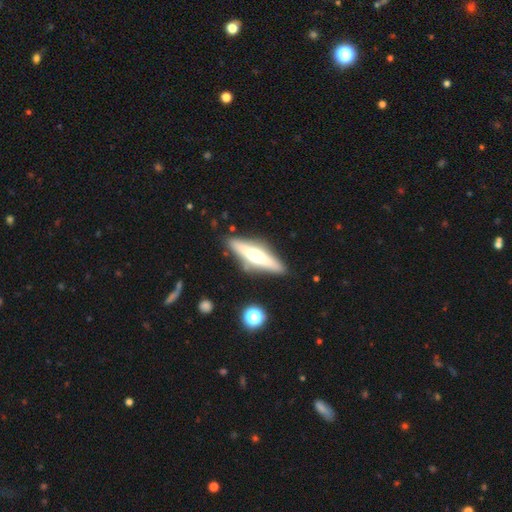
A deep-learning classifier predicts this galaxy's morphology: This appears to be a featured or disk galaxy (54%) viewed edge-on (91%). Merging: none (83%).